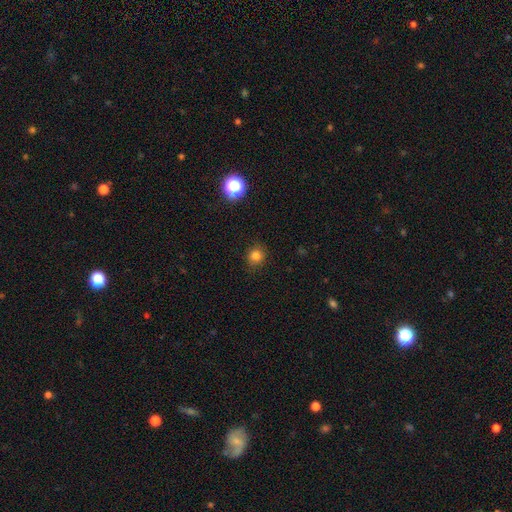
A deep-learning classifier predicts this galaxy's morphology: Smooth or featured? smooth (80%)
How rounded? round (89%)
Merging? none (87%)